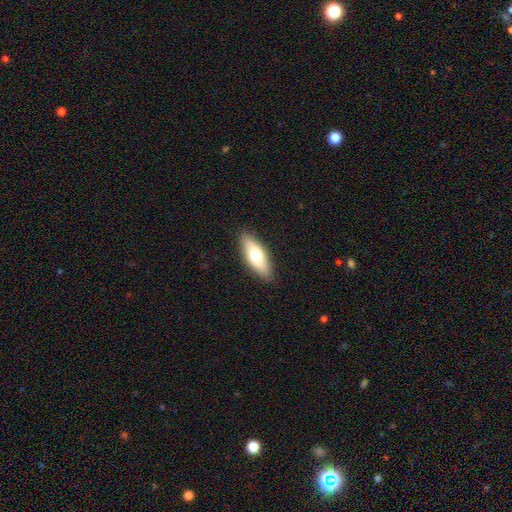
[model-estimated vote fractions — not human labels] smooth-or-featured: smooth: 67% | featured or disk: 28% | star or artifact: 6%
  how-rounded: in between: 66% | cigar-shaped: 31% | round: 2%
  merging: none: 88% | minor disturbance: 9% | major disturbance: 2% | merger: 1%